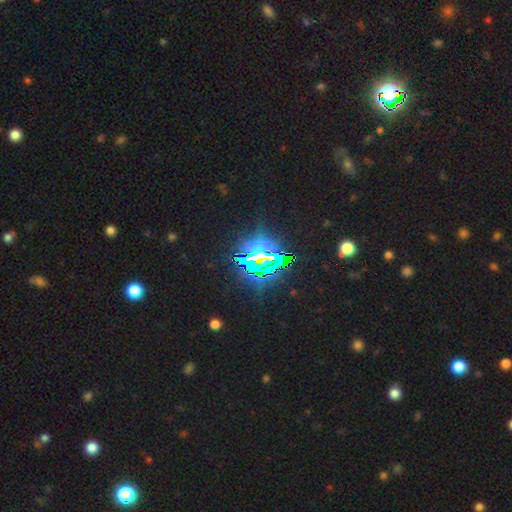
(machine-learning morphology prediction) This is likely a star or artifact rather than a galaxy (80%).